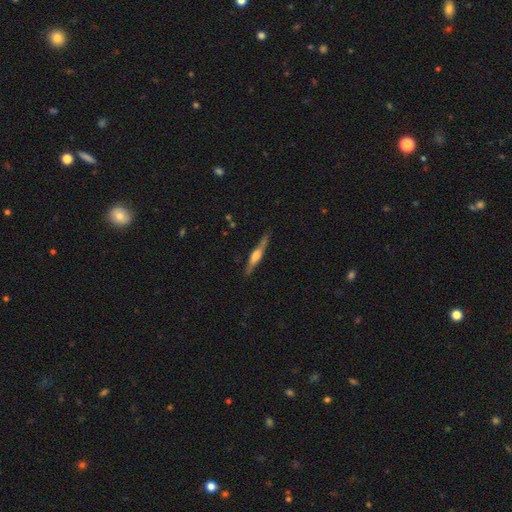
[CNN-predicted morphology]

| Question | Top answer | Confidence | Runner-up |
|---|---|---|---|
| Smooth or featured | featured or disk | 72% | smooth (22%) |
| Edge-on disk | yes | 97% | no (3%) |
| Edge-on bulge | rounded | 74% | boxy (20%) |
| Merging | none | 86% | minor disturbance (10%) |